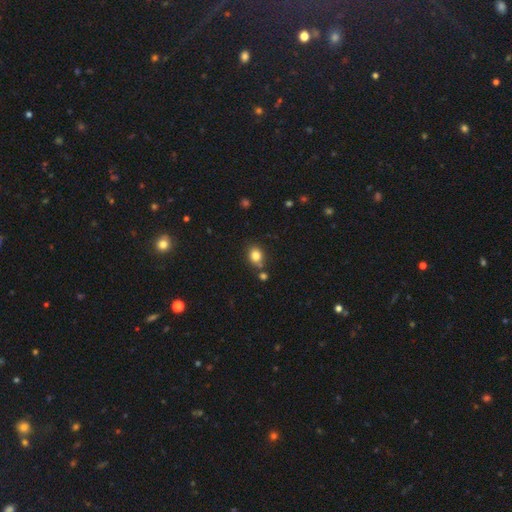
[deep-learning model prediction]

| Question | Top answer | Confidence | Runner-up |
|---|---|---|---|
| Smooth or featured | smooth | 83% | star or artifact (11%) |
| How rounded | round | 52% | in between (47%) |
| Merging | none | 69% | merger (14%) |